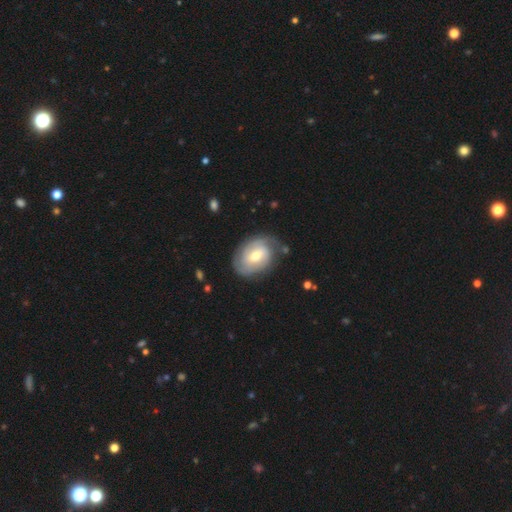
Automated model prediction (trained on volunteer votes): A featured or disk galaxy (71%) with a weak bar (49%), 2 (46%) tight (58%) spiral arms (88%) and a moderate central bulge (64%).

Vote fractions:
- Smooth or featured? featured or disk: 71% / smooth: 24% / star or artifact: 5%
- Edge-on disk? no: 96% / yes: 4%
- Bar? weak: 49% / no: 38% / strong: 13%
- Spiral arms? yes: 88% / no: 12%
- Spiral winding? tight: 58% / medium: 30% / loose: 11%
- Spiral arm count? 2: 46% / can't tell: 30% / 3: 12% / 1: 7% / 4: 3% / more than 4: 3%
- Bulge size? moderate: 64% / small: 30% / large: 5% / none: 1% / dominant: 1%
- Merging? none: 71% / minor disturbance: 19% / major disturbance: 7% / merger: 2%